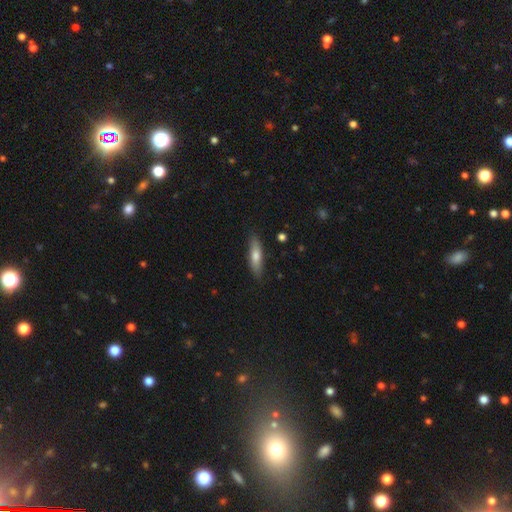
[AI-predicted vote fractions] Smooth or featured?
  - smooth: 66% *
  - featured or disk: 28%
  - star or artifact: 6%
How rounded?
  - cigar-shaped: 68% *
  - in between: 30%
  - round: 2%
Merging?
  - none: 85% *
  - minor disturbance: 12%
  - major disturbance: 2%
  - merger: 1%